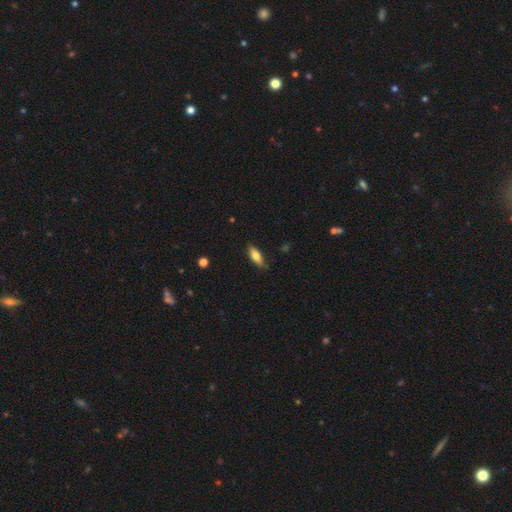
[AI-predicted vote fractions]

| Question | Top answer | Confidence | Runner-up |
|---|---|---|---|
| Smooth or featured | smooth | 76% | featured or disk (17%) |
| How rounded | in between | 70% | cigar-shaped (28%) |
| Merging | none | 83% | minor disturbance (14%) |